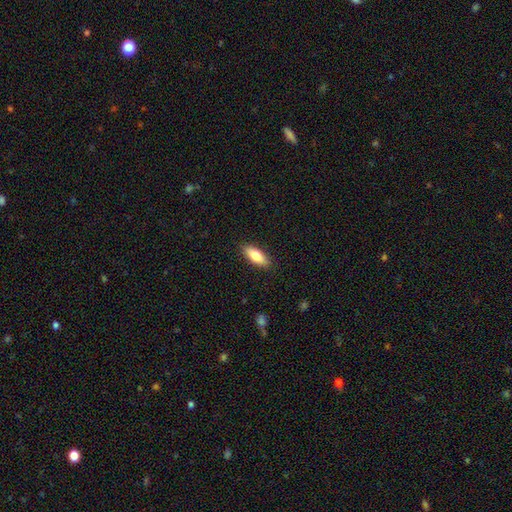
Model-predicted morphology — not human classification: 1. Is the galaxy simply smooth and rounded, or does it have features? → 78% smooth, 16% featured or disk, 6% star or artifact.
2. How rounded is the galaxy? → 74% in between, 24% cigar-shaped, 2% round.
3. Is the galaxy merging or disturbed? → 89% none, 8% minor disturbance, 2% major disturbance, 1% merger.